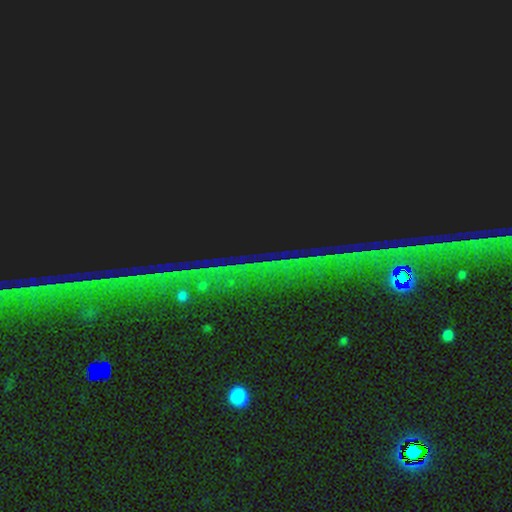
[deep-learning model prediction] This is clearly a star or artifact rather than a galaxy (83%).